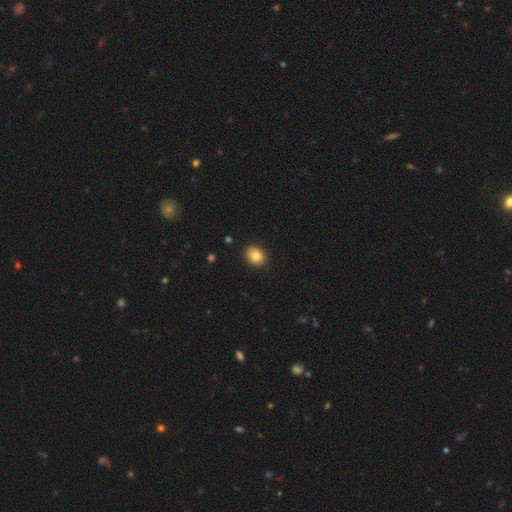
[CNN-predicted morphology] This is clearly a smooth galaxy (84%). How rounded: possibly round (54%). Merging: clearly none (90%).